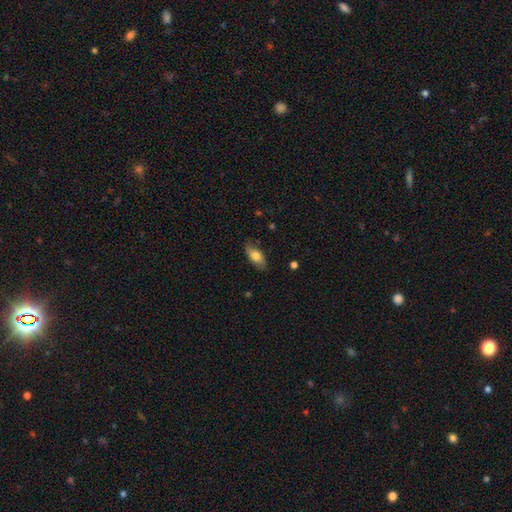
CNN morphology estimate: Smooth or featured? Predicted: smooth (p=0.75). How rounded? Predicted: in between (p=0.86). Merging? Predicted: none (p=0.80).